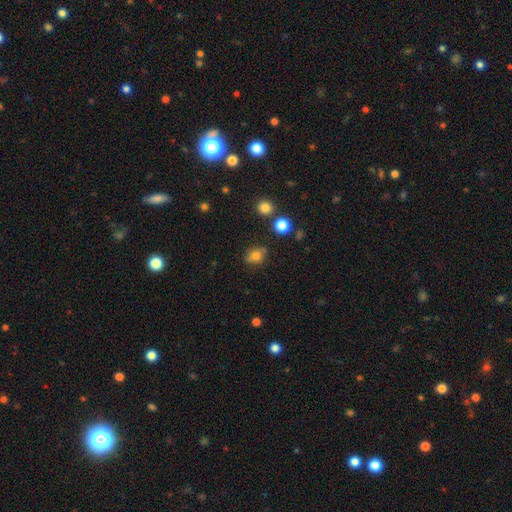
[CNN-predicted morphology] smooth_or_featured: smooth (p=0.72) [alt: star or artifact p=0.15]
how_rounded: round (p=0.64) [alt: in between p=0.34]
merging: none (p=0.75) [alt: minor disturbance p=0.16]